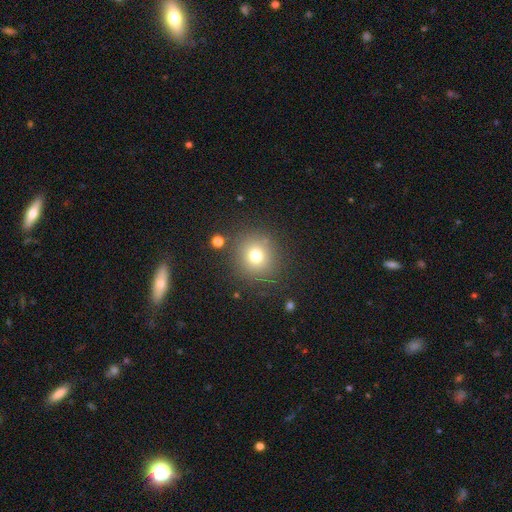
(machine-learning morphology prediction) type=smooth (74%); roundness=round (91%); merging=none (84%).